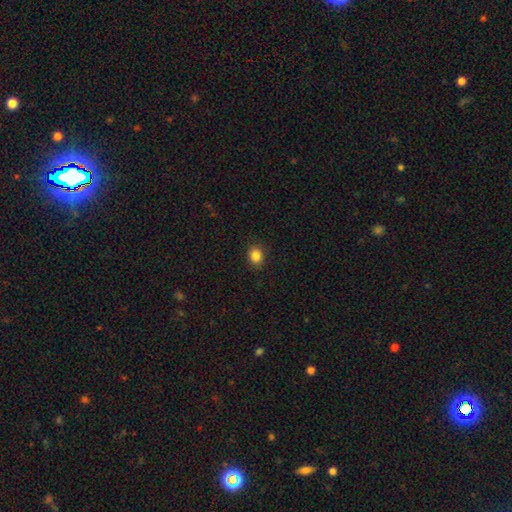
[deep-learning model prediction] smooth 85%, star or artifact 11%, featured or disk 4%. Down the decision tree: how rounded — round (63%); merging — none (89%).